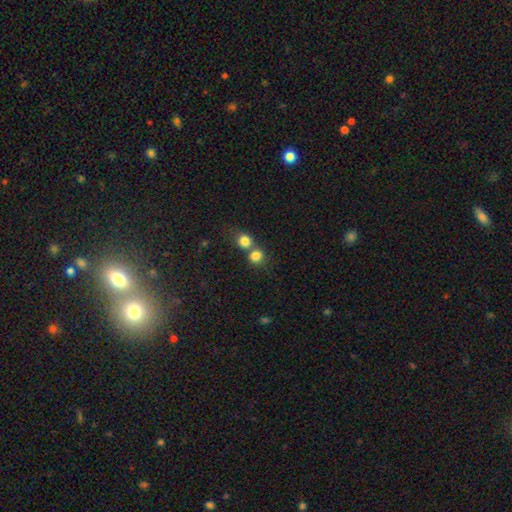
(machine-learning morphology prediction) smooth 81%, star or artifact 11%, featured or disk 7%. Down the decision tree: how rounded — round (87%); merging — merger (48%).